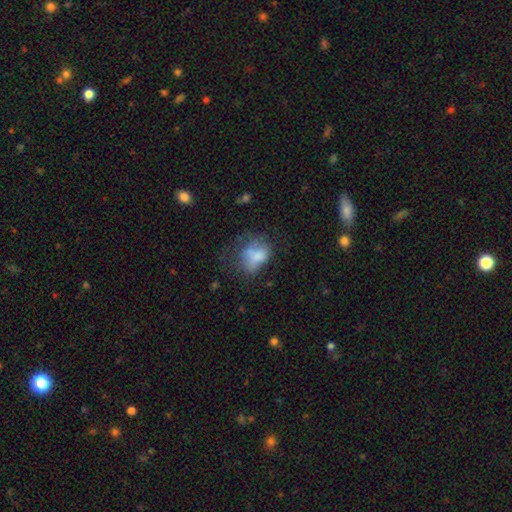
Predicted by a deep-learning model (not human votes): The model was most divided on "merging": major disturbance: 32%, none: 30%, minor disturbance: 25%, merger: 13%. More confident: how rounded — in between (65%); smooth or featured — smooth (60%).